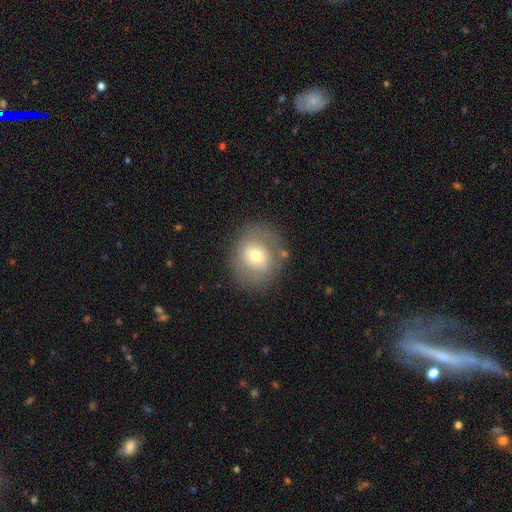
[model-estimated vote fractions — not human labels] Morphology: type=smooth (56%); roundness=round (72%); merging=none (76%).